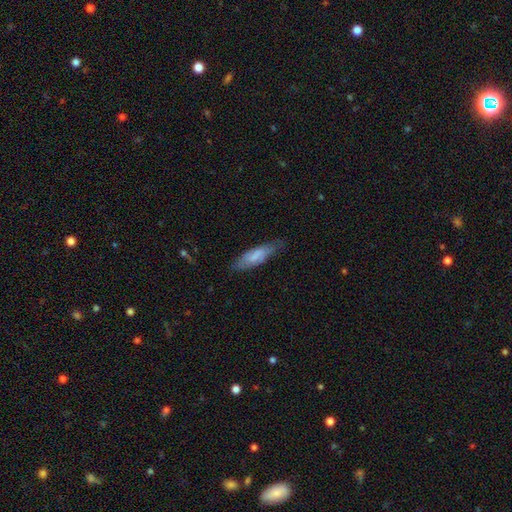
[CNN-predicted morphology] Q: Smooth or featured?
A: smooth (63%); runner-up: featured or disk (30%)
Q: How rounded?
A: cigar-shaped (51%); runner-up: in between (48%)
Q: Merging?
A: none (68%); runner-up: minor disturbance (24%)